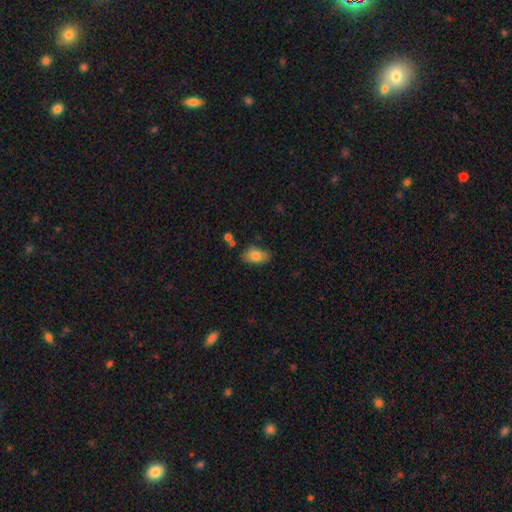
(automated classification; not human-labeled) This appears to be a smooth galaxy with no disk features (78%) that is in between round and cigar-shaped (90%). Merging: none (75%).